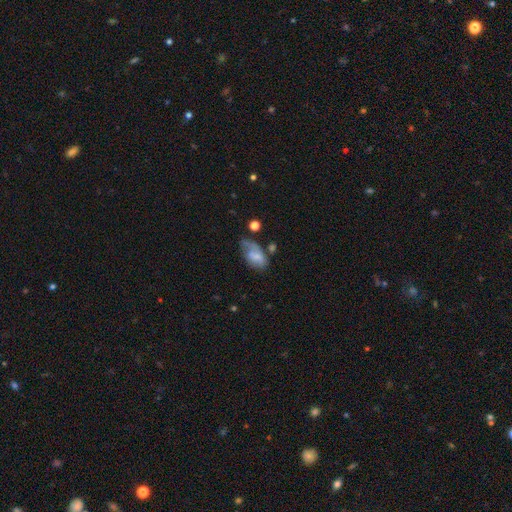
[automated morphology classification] Smooth or featured? smooth (59%)
How rounded? in between (90%)
Merging? minor disturbance (33%)